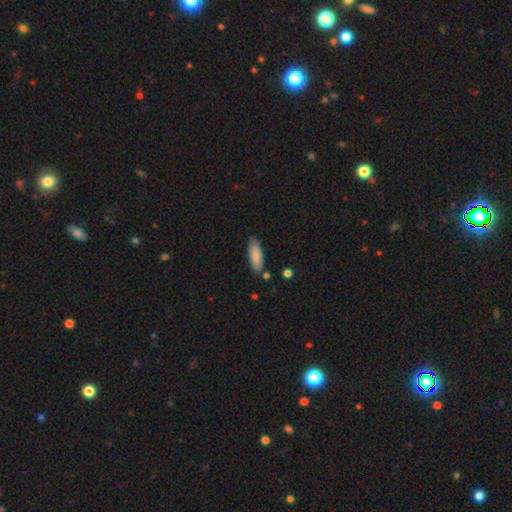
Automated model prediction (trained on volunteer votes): This appears to be a smooth galaxy with no disk features (86%) that is in between round and cigar-shaped (64%). Merging: none (81%).